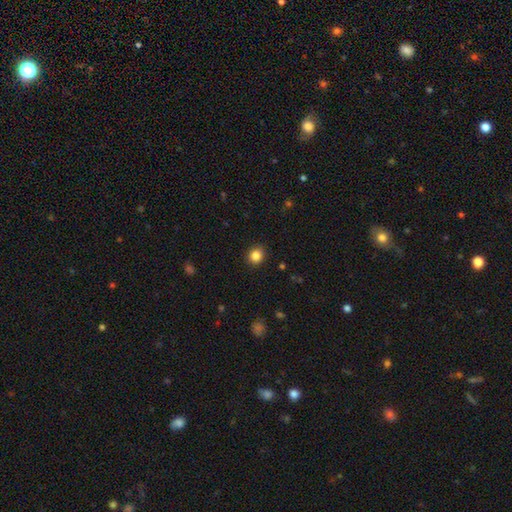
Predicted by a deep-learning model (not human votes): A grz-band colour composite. It shows a smooth galaxy with no disk features (85%) that is round (81%). Merging: none (90%).